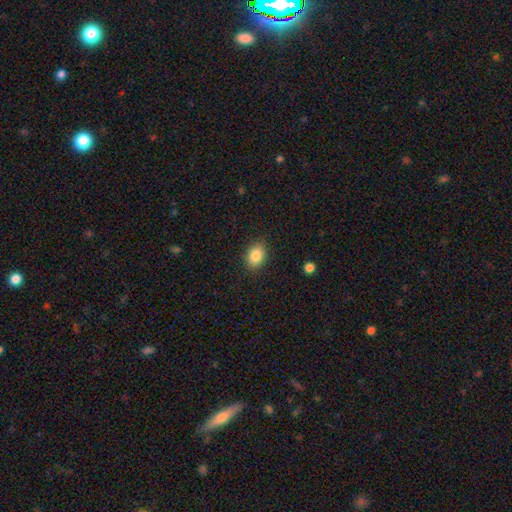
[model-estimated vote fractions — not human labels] This appears to be a smooth galaxy with no disk features (85%) that is in between round and cigar-shaped (60%). Merging: none (87%).